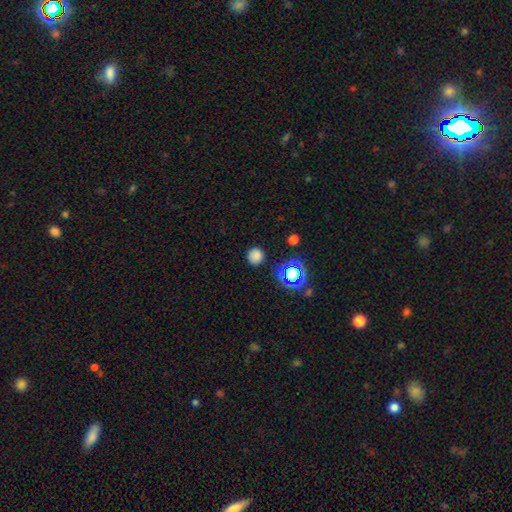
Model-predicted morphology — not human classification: Smooth or featured: smooth — 75% (star or artifact — 19%)
How rounded: round — 93% (in between — 6%)
Merging: none — 86% (minor disturbance — 9%)